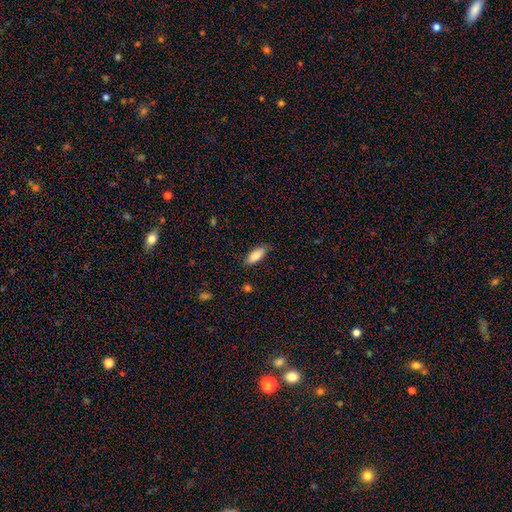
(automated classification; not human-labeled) The model was most divided on "merging": none: 80%, minor disturbance: 16%, major disturbance: 3%, merger: 1%. More confident: smooth or featured — smooth (84%); how rounded — in between (82%).